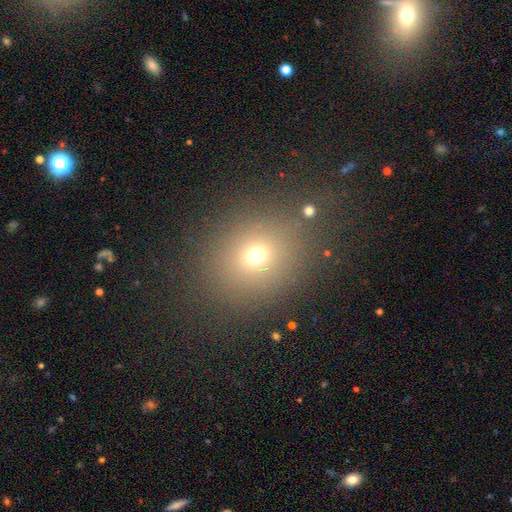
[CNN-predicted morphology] Smooth or featured? smooth (67%)
How rounded? round (70%)
Merging? none (81%)